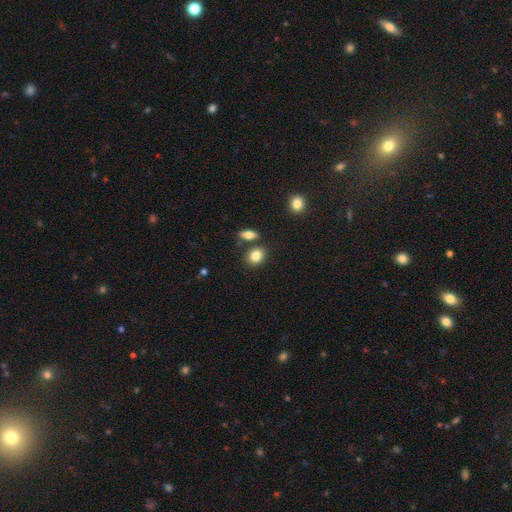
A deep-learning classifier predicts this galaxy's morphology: Smooth or featured? Predicted: smooth (p=0.84). How rounded? Predicted: in between (p=0.52). Merging? Predicted: none (p=0.74).